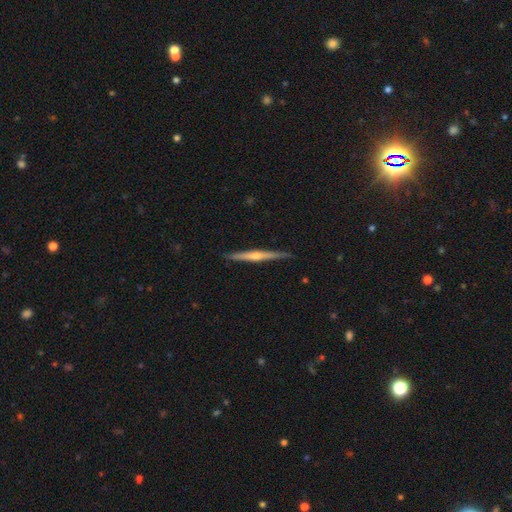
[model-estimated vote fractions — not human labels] Morphology: type=featured or disk (75%); edge-on=yes (98%); edge-on bulge=rounded (82%); merging=none (90%).